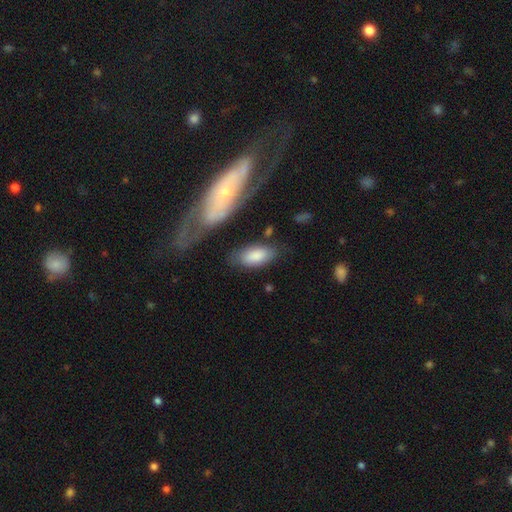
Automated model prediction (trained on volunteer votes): This appears to be a smooth galaxy with no disk features (84%) that is in between round and cigar-shaped (91%). Merging: none (69%).